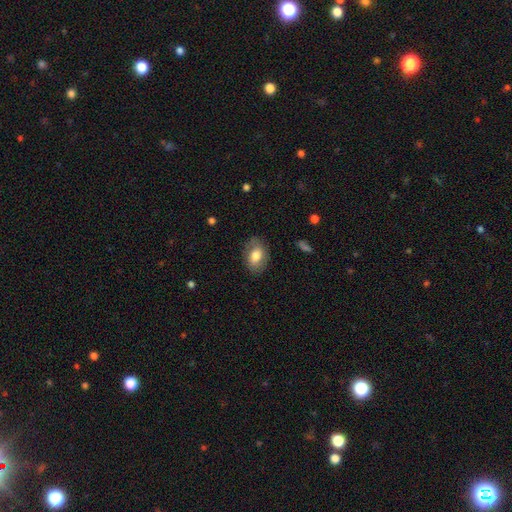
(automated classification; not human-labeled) Overall: smooth (73%). How rounded: in between (84%). Merging: none (81%).